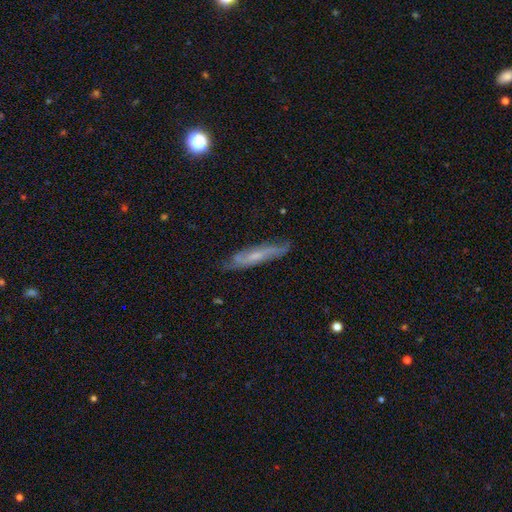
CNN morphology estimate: Smooth or featured? featured or disk (59%)
Edge-on disk? yes (58%)
Merging? none (76%)